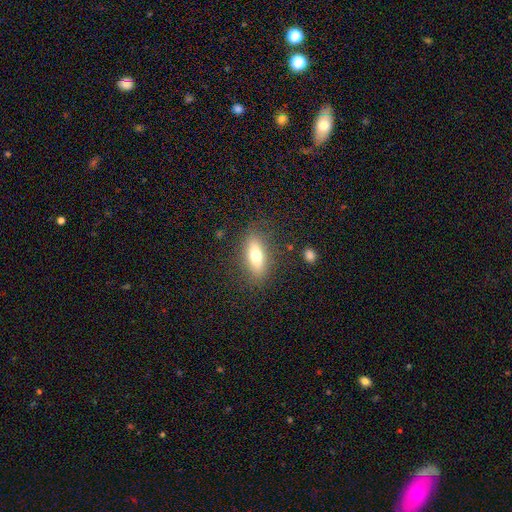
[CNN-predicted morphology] Overall: smooth (66%). How rounded: in between (64%; cigar-shaped 32%). Merging: none (83%).